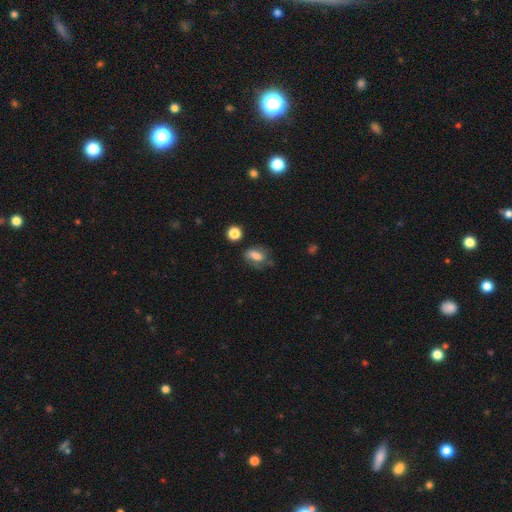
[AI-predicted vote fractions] Smooth or featured: smooth — 66% (featured or disk — 23%)
How rounded: in between — 78% (round — 17%)
Merging: none — 50% (minor disturbance — 29%)